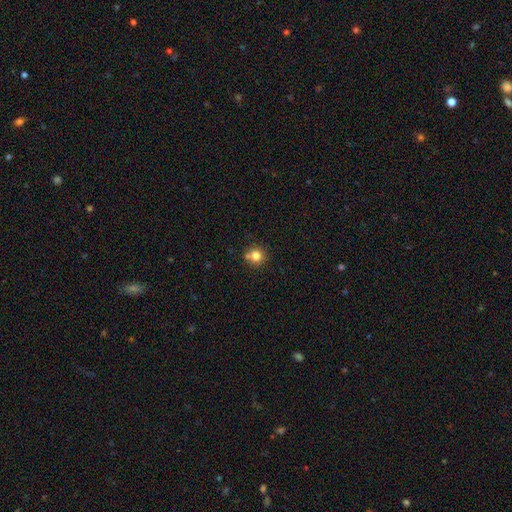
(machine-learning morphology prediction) smooth_or_featured: smooth (p=0.80) [alt: star or artifact p=0.12]
how_rounded: round (p=0.92) [alt: in between p=0.07]
merging: none (p=0.74) [alt: merger p=0.14]